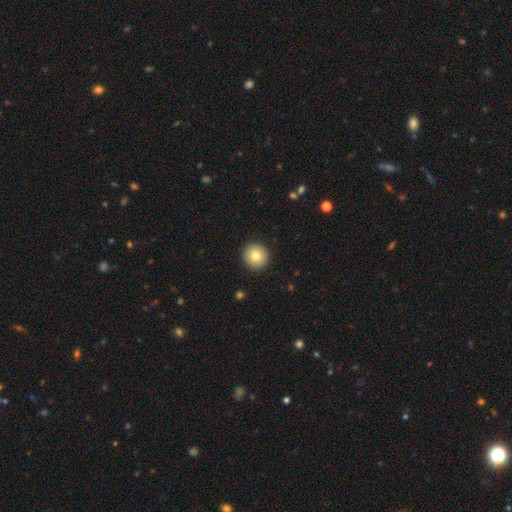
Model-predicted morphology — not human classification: Overall: smooth (80%). How rounded: round (94%). Merging: none (93%).